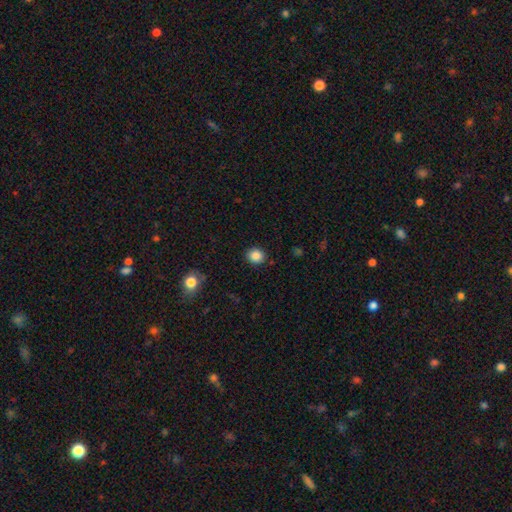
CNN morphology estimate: Smooth or featured?
  - smooth: 85% *
  - star or artifact: 11%
  - featured or disk: 4%
How rounded?
  - round: 80% *
  - in between: 19%
  - cigar-shaped: 1%
Merging?
  - none: 90% *
  - minor disturbance: 7%
  - major disturbance: 2%
  - merger: 1%